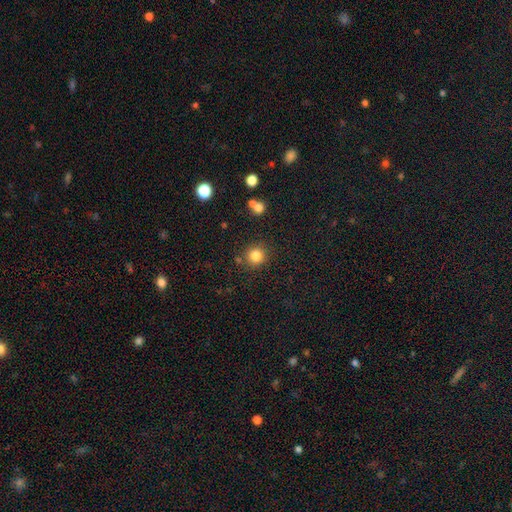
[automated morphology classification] This appears to be a smooth galaxy with no disk features (83%) that is round (92%). Merging: none (83%).